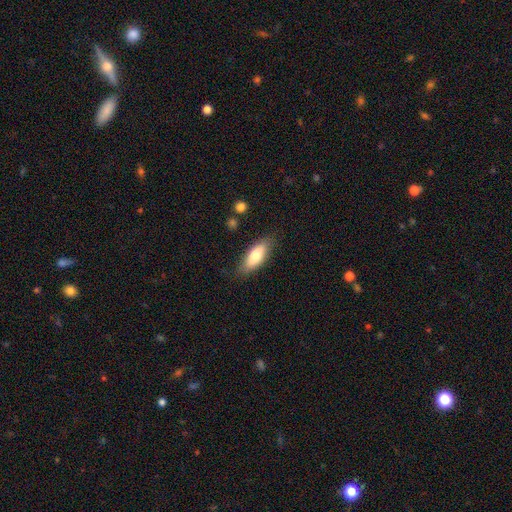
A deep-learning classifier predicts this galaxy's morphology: type=smooth (73%); roundness=in between (76%); merging=none (81%).